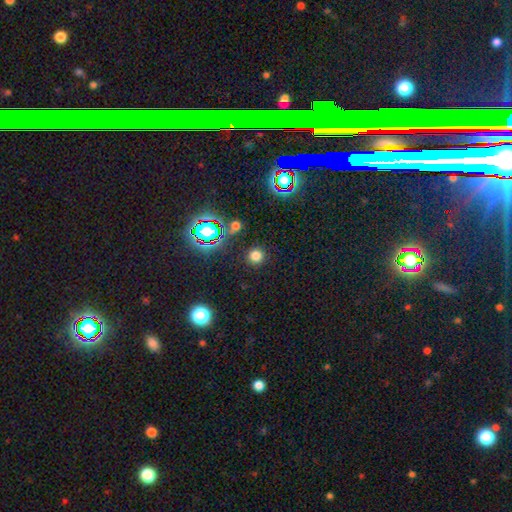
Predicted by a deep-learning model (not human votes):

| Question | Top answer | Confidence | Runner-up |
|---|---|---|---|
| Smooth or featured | smooth | 74% | star or artifact (20%) |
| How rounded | round | 94% | in between (5%) |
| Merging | none | 89% | minor disturbance (6%) |